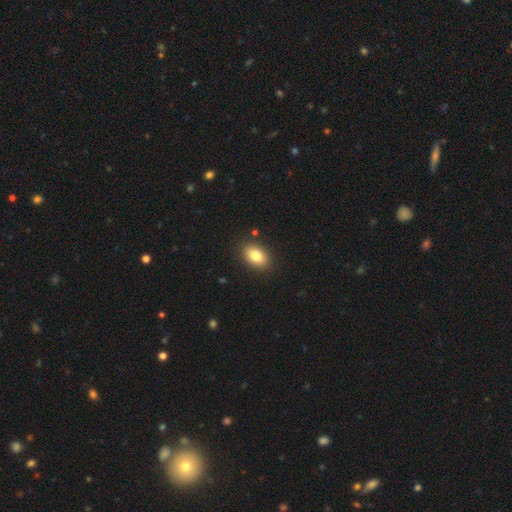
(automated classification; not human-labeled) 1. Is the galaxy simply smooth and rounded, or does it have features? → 84% smooth, 8% featured or disk, 8% star or artifact.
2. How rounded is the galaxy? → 86% in between, 13% round, 1% cigar-shaped.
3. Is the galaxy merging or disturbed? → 88% none, 8% minor disturbance, 2% major disturbance, 1% merger.